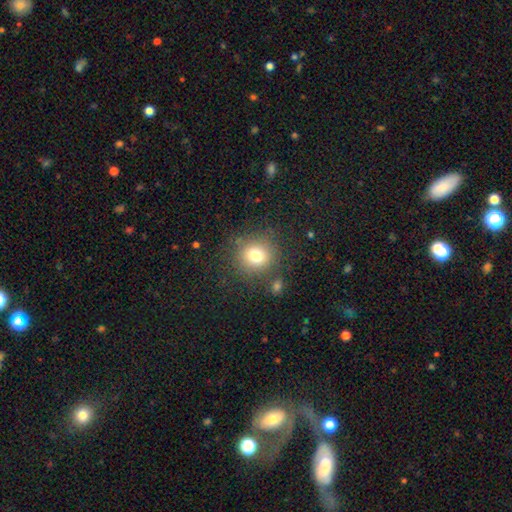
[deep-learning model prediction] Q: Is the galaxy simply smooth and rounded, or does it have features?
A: smooth — 77%.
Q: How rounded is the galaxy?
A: round — 86%.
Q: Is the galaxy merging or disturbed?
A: none — 83%.